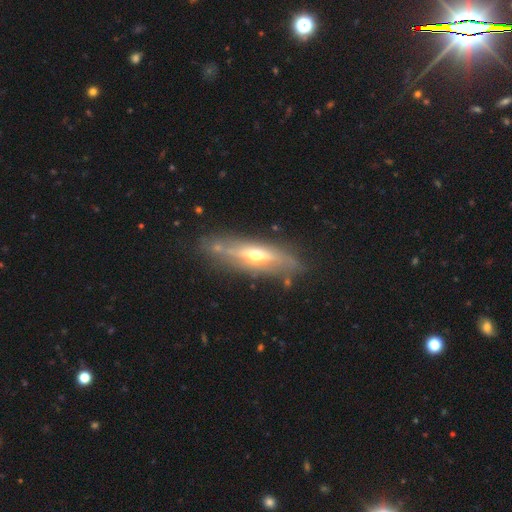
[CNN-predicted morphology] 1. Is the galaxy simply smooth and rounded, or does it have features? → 64% featured or disk, 30% smooth, 7% star or artifact.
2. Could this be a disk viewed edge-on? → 75% yes, 25% no.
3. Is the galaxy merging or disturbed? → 74% none, 17% minor disturbance, 5% major disturbance, 4% merger.